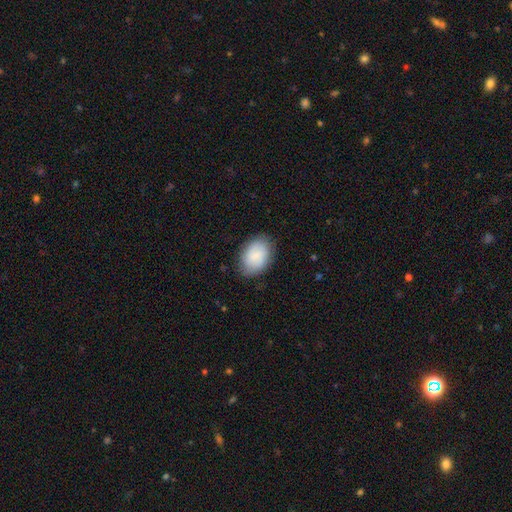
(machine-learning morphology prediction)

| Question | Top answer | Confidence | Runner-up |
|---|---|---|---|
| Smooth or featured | smooth | 78% | featured or disk (15%) |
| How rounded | in between | 83% | round (16%) |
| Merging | none | 81% | minor disturbance (15%) |